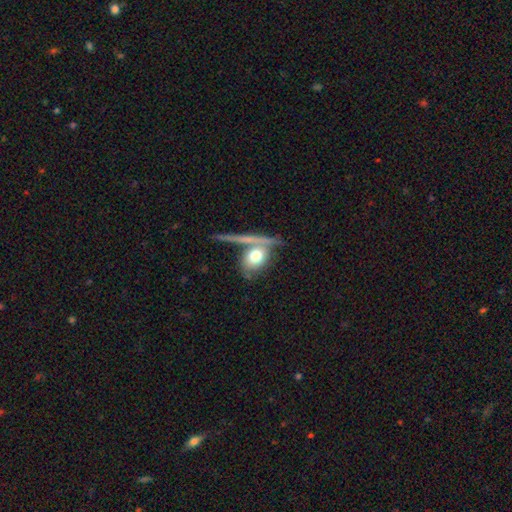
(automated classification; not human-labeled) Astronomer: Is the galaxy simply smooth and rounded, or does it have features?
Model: smooth — 66%.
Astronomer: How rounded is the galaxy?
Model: round — 59%.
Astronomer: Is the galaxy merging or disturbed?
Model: none — 52%.